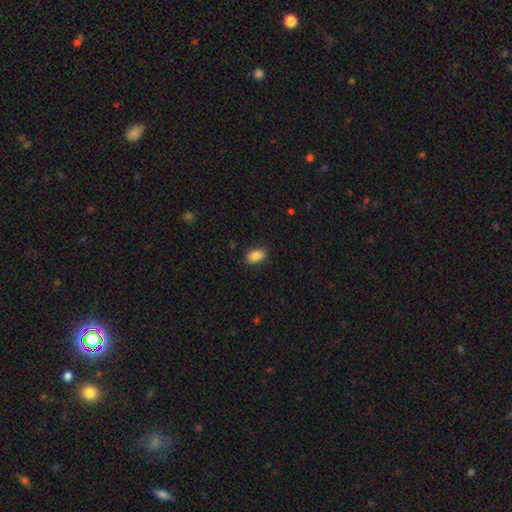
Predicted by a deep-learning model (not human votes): Q: Smooth or featured?
A: smooth (87%); runner-up: star or artifact (8%)
Q: How rounded?
A: in between (90%); runner-up: round (9%)
Q: Merging?
A: none (86%); runner-up: minor disturbance (10%)